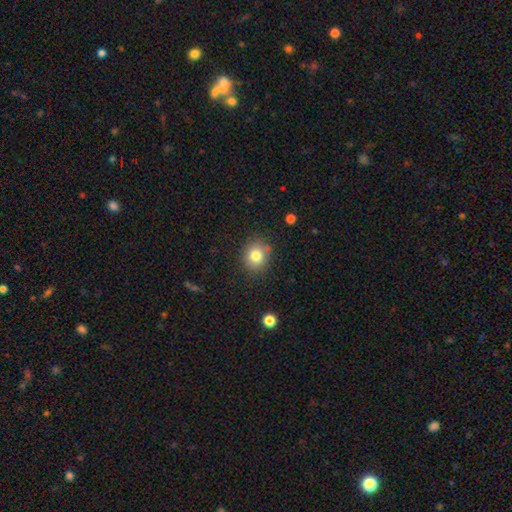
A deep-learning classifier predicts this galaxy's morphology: Smooth or featured? smooth (80%)
How rounded? round (72%)
Merging? none (83%)